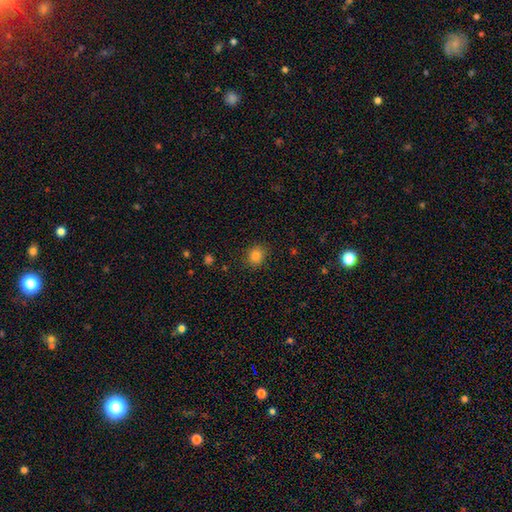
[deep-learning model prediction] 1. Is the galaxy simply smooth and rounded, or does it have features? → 82% smooth, 12% star or artifact, 6% featured or disk.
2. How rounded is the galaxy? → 71% round, 28% in between, 1% cigar-shaped.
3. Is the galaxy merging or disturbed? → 87% none, 9% minor disturbance, 3% major disturbance, 1% merger.